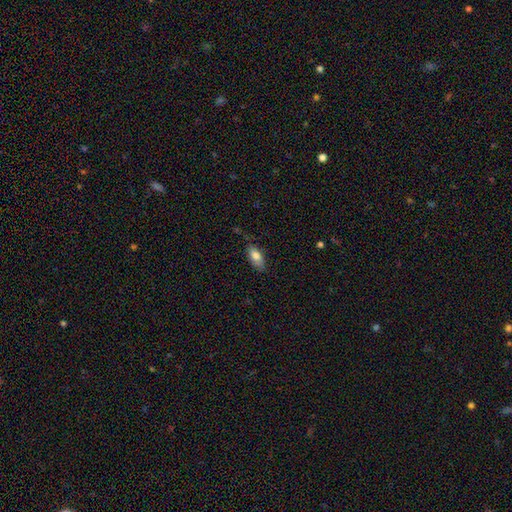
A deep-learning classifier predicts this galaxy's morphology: The model was most divided on "merging": none: 67%, minor disturbance: 25%, major disturbance: 6%, merger: 2%. More confident: how rounded — in between (85%); smooth or featured — smooth (80%).